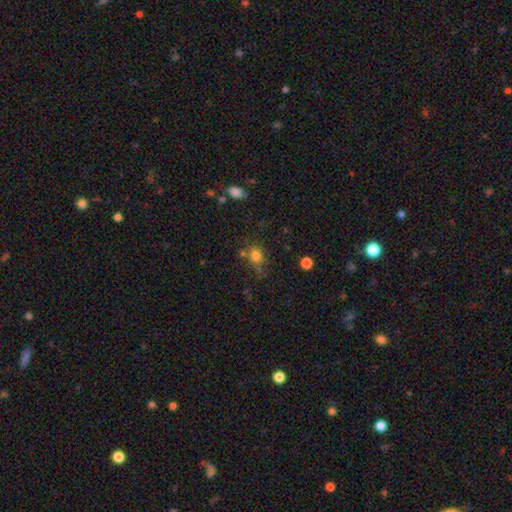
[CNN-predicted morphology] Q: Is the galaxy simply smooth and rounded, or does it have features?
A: smooth — 78%.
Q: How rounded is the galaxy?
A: round — 69%.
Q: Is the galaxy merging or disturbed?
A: none — 66%.